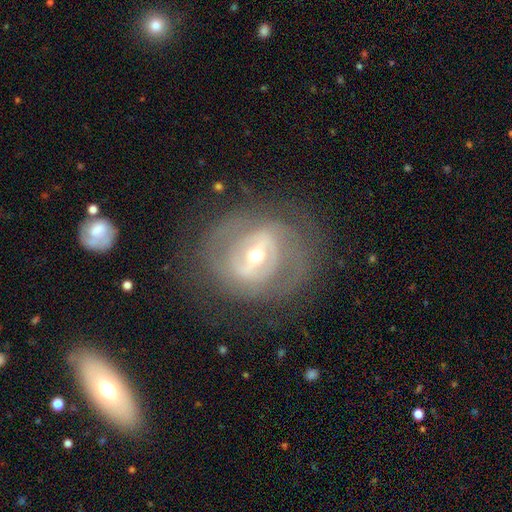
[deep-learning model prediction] Smooth or featured? Predicted: featured or disk (p=0.79). Edge-on disk? Predicted: no (p=0.94). Bar? Predicted: strong (p=0.50). Spiral arms? Predicted: yes (p=0.63). Bulge size? Predicted: moderate (p=0.52). Merging? Predicted: none (p=0.71).